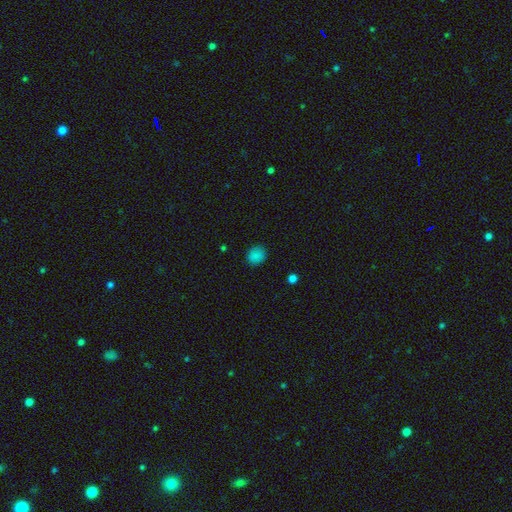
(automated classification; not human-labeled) smooth_or_featured: smooth (p=0.85) [alt: star or artifact p=0.12]
how_rounded: round (p=0.69) [alt: in between p=0.30]
merging: none (p=0.87) [alt: minor disturbance p=0.10]